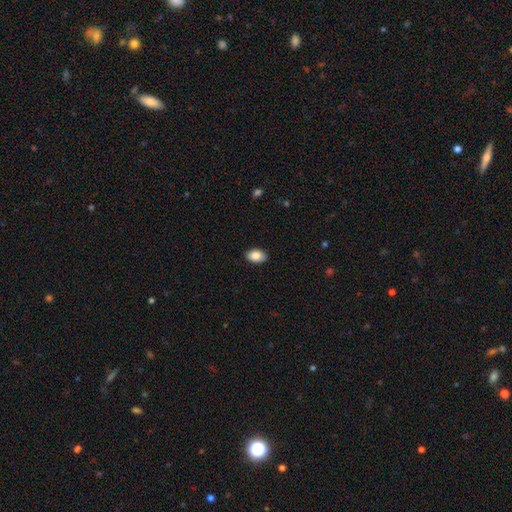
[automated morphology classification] A smooth galaxy with no disk features (88%) that is in between round and cigar-shaped (89%). Merging: none (88%).